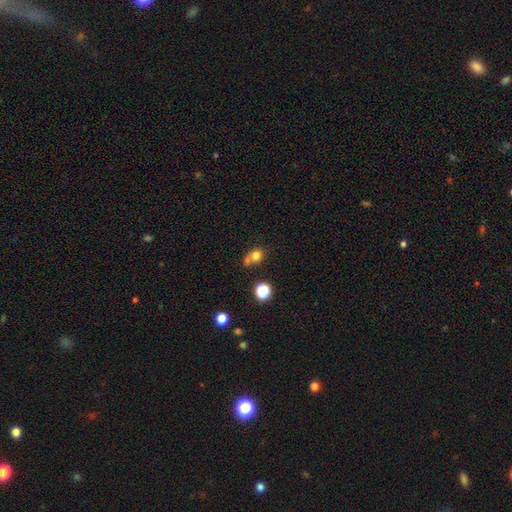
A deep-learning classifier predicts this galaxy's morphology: smooth-or-featured: smooth: 75% | star or artifact: 15% | featured or disk: 10%
  how-rounded: round: 74% | in between: 25% | cigar-shaped: 1%
  merging: none: 44% | merger: 37% | minor disturbance: 12% | major disturbance: 6%